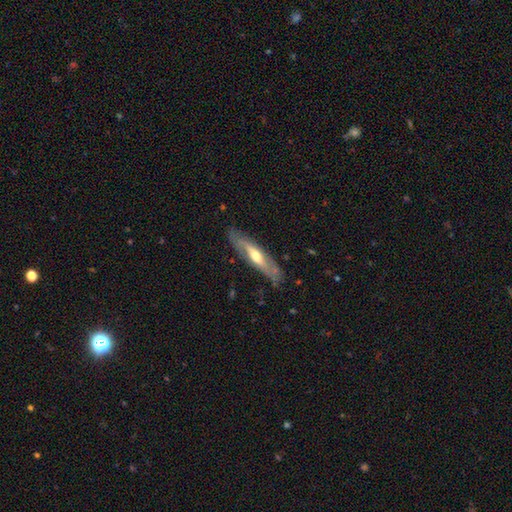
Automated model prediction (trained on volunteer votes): Smooth or featured?
  - featured or disk: 60% *
  - smooth: 35%
  - star or artifact: 5%
Edge-on disk?
  - yes: 54% *
  - no: 46%
Merging?
  - none: 80% *
  - minor disturbance: 15%
  - major disturbance: 4%
  - merger: 2%